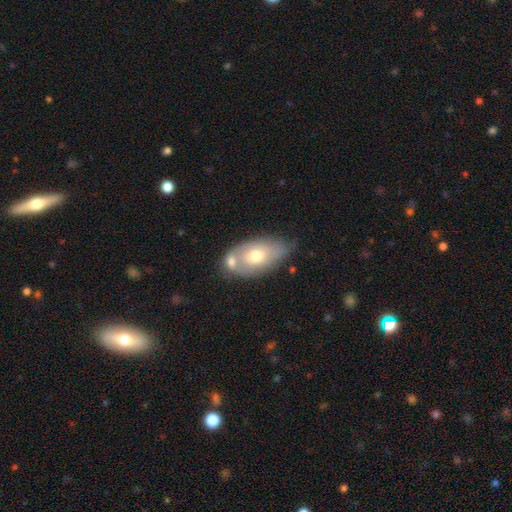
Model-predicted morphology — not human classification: This is possibly a smooth galaxy (57%). How rounded: clearly in between (91%). Merging: marginally none (40%).